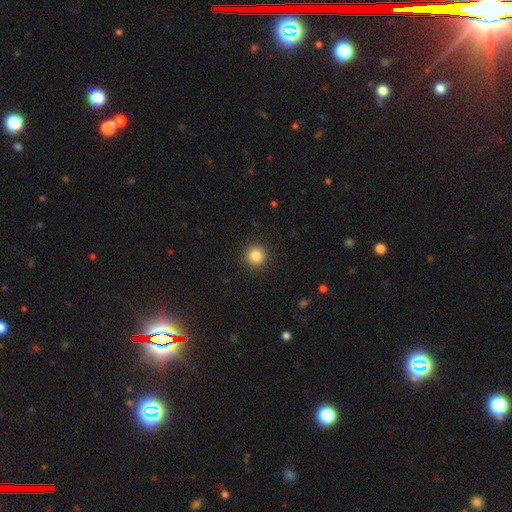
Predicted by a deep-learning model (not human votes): Smooth or featured? Predicted: smooth (p=0.85). How rounded? Predicted: round (p=0.95). Merging? Predicted: none (p=0.92).